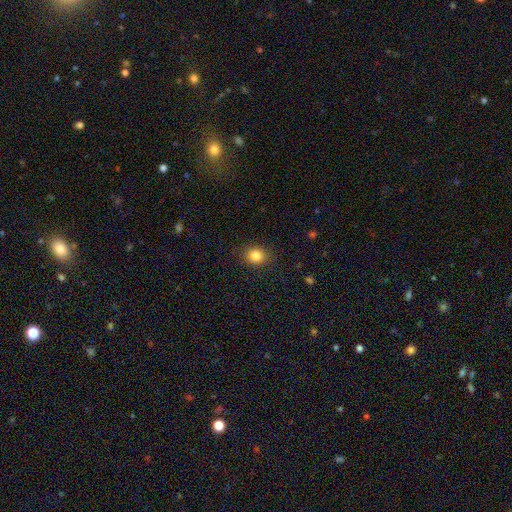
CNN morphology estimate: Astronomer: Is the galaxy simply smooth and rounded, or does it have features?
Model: smooth — 84%.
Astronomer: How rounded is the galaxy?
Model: round — 72%.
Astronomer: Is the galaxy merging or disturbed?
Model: none — 89%.